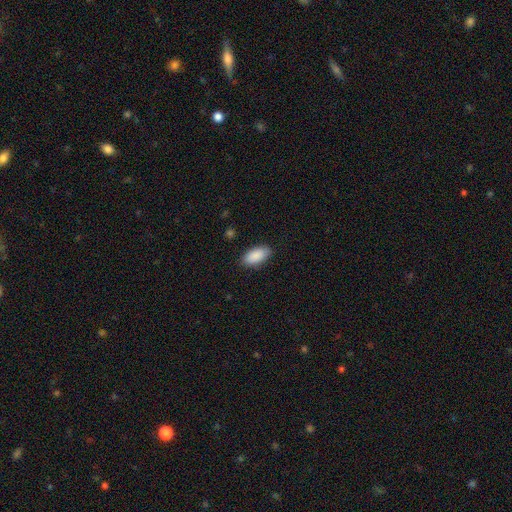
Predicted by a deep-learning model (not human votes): Smooth or featured? Predicted: smooth (p=0.90). How rounded? Predicted: in between (p=0.93). Merging? Predicted: none (p=0.86).